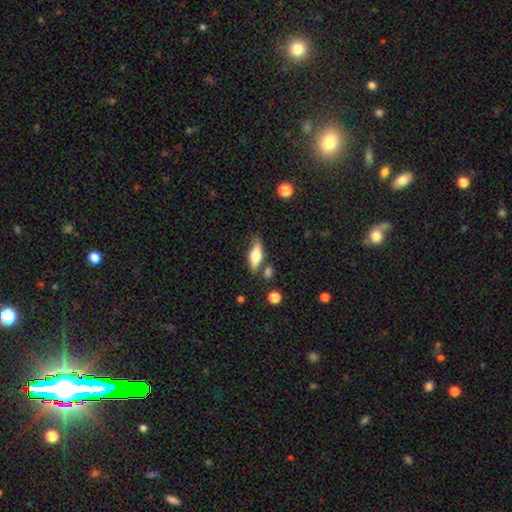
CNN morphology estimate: This appears to be a smooth galaxy with no disk features (56%) that is in between round and cigar-shaped (67%). Merging: none (73%).